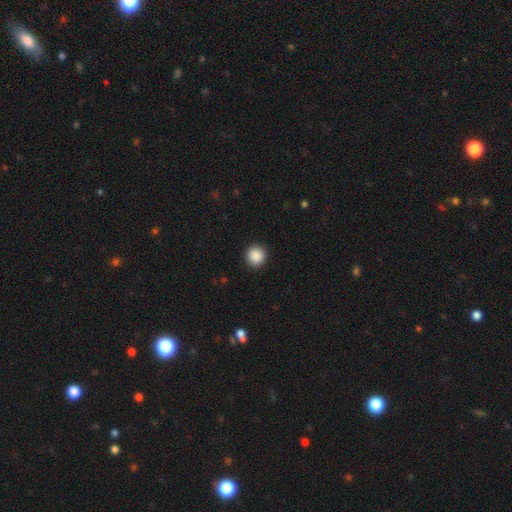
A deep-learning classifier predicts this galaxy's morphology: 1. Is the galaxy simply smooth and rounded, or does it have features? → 89% smooth, 9% star or artifact, 2% featured or disk.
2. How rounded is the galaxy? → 94% round, 5% in between, 1% cigar-shaped.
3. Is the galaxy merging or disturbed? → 92% none, 5% minor disturbance, 2% major disturbance, 1% merger.